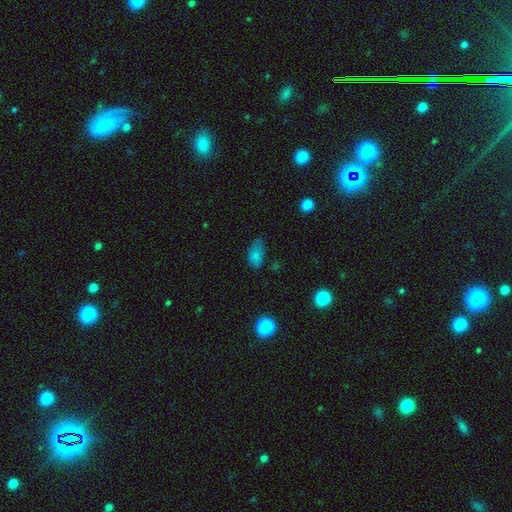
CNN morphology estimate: smooth-or-featured: smooth: 77% | star or artifact: 14% | featured or disk: 9%
  how-rounded: in between: 90% | round: 7% | cigar-shaped: 4%
  merging: none: 50% | minor disturbance: 35% | major disturbance: 12% | merger: 3%